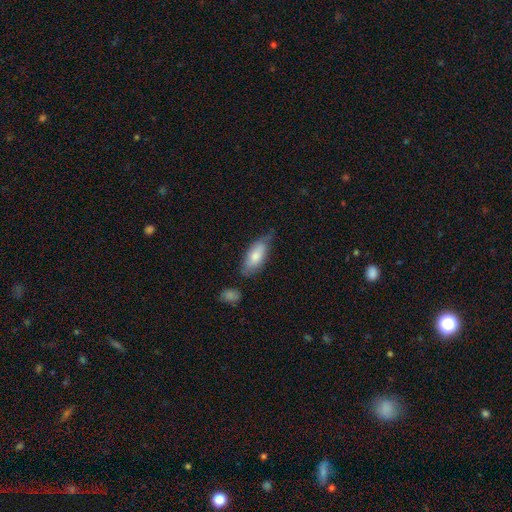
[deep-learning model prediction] This appears to be a smooth galaxy with no disk features (74%) that is in between round and cigar-shaped (82%). Merging: none (57%).